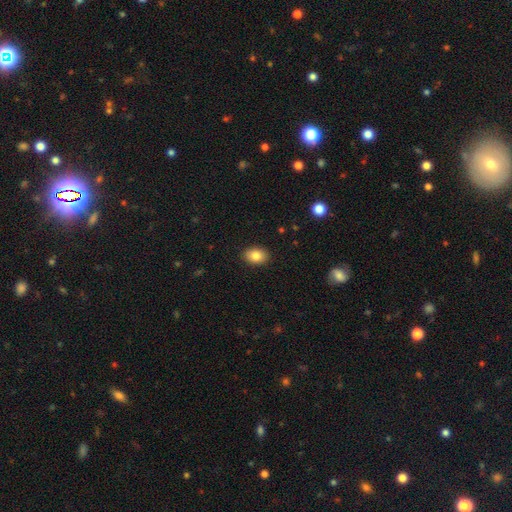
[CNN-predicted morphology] smooth_or_featured: smooth (p=0.84) [alt: star or artifact p=0.08]
how_rounded: in between (p=0.81) [alt: round p=0.18]
merging: none (p=0.89) [alt: minor disturbance p=0.08]